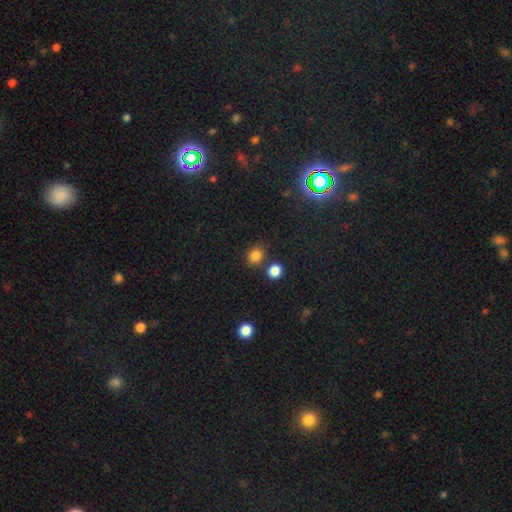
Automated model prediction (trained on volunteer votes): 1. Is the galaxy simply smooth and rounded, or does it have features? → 81% smooth, 14% star or artifact, 5% featured or disk.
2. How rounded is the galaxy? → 78% round, 21% in between, 1% cigar-shaped.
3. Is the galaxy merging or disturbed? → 77% none, 11% merger, 9% minor disturbance, 3% major disturbance.